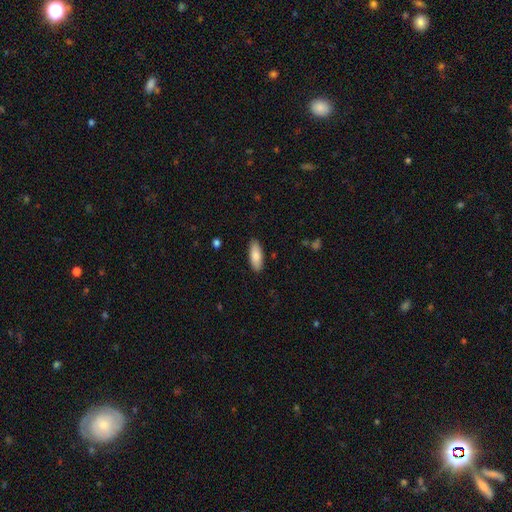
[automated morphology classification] type=smooth (84%); roundness=in between (74%); merging=none (88%).